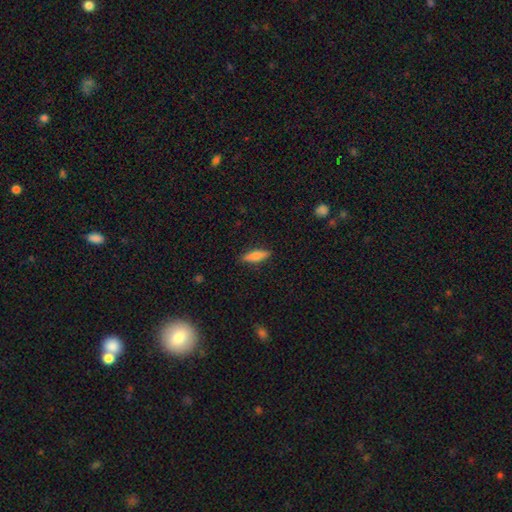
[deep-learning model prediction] This appears to be a smooth galaxy with no disk features (70%) that is cigar-shaped (61%). Merging: none (87%).